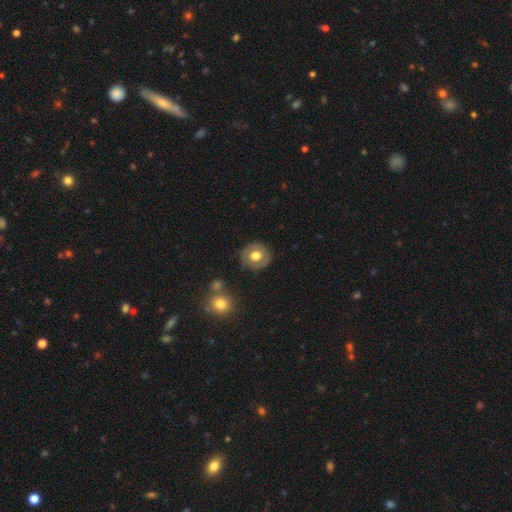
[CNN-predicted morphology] Q: Smooth or featured?
A: smooth (57%); runner-up: featured or disk (35%)
Q: How rounded?
A: round (84%); runner-up: in between (15%)
Q: Merging?
A: none (84%); runner-up: minor disturbance (10%)